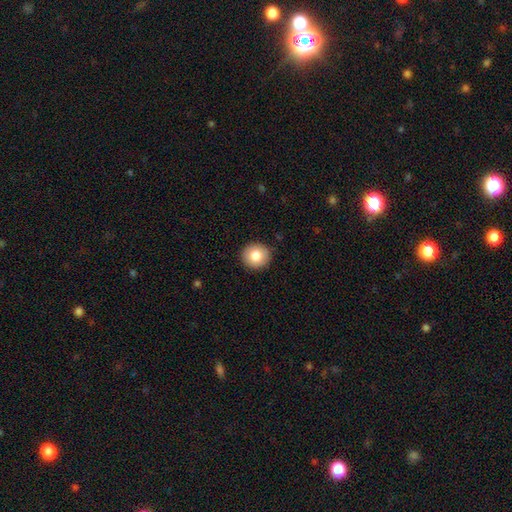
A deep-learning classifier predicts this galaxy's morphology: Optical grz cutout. It shows a smooth galaxy with no disk features (81%) that is round (91%). Merging: none (90%).